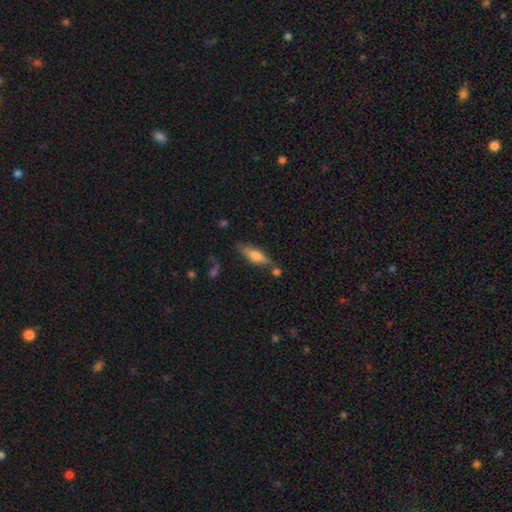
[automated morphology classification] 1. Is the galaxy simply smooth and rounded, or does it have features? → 54% smooth, 39% featured or disk, 7% star or artifact.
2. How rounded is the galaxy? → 54% cigar-shaped, 43% in between, 3% round.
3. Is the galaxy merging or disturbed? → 66% none, 18% minor disturbance, 10% merger, 5% major disturbance.